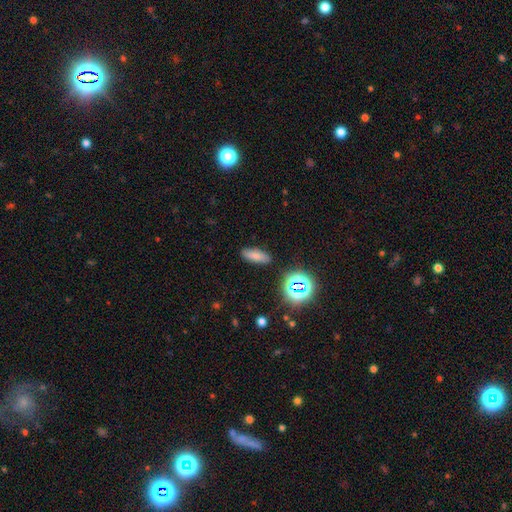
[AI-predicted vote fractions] Q: Smooth or featured?
A: smooth (73%); runner-up: star or artifact (16%)
Q: How rounded?
A: in between (65%); runner-up: cigar-shaped (30%)
Q: Merging?
A: none (86%); runner-up: minor disturbance (9%)